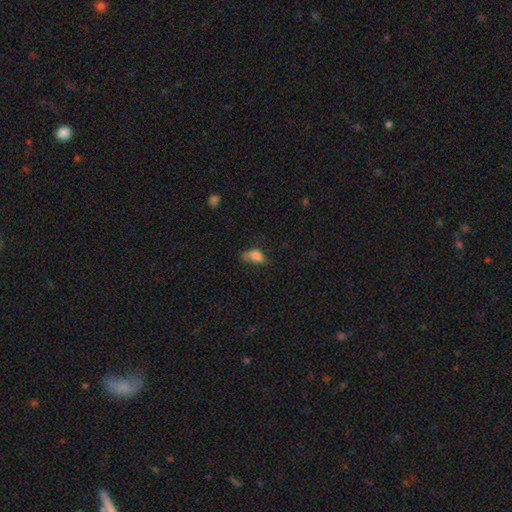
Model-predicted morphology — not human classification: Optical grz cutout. It shows a smooth galaxy with no disk features (77%) that is in between round and cigar-shaped (87%). Merging: minor disturbance (35%, tied with none).